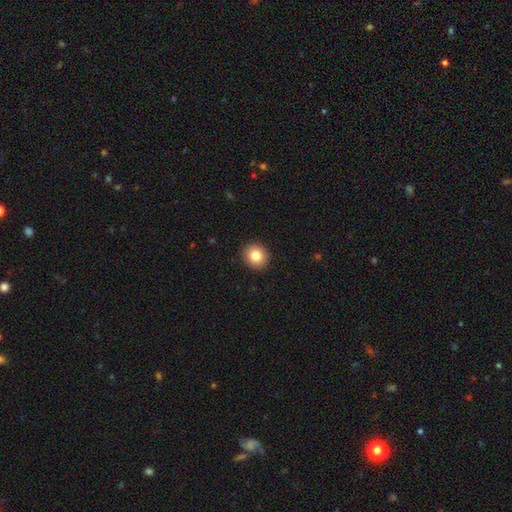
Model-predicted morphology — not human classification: The model was most divided on "how rounded": round: 85%, in between: 14%, cigar-shaped: 1%. More confident: merging — none (92%); smooth or featured — smooth (82%).